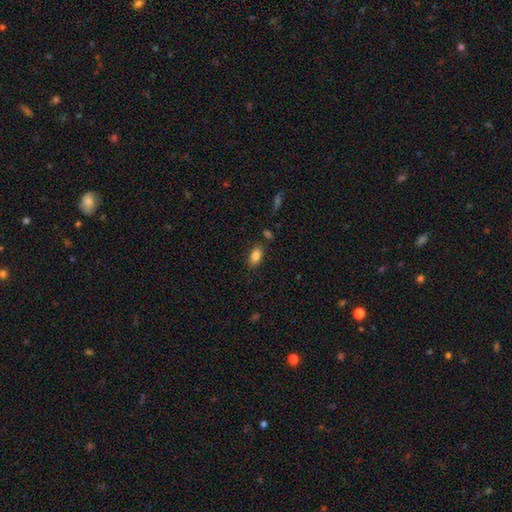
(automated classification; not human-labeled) smooth 86%, star or artifact 8%, featured or disk 6%. Down the decision tree: how rounded — in between (91%); merging — none (82%).